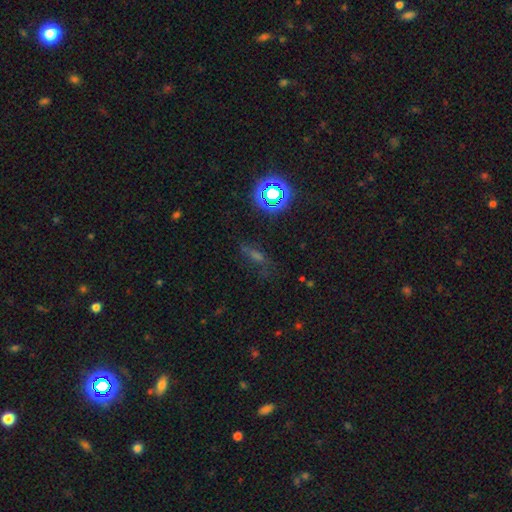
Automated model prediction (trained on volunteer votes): The model was most divided on "smooth or featured": star or artifact: 46%, smooth: 34%, featured or disk: 20%.